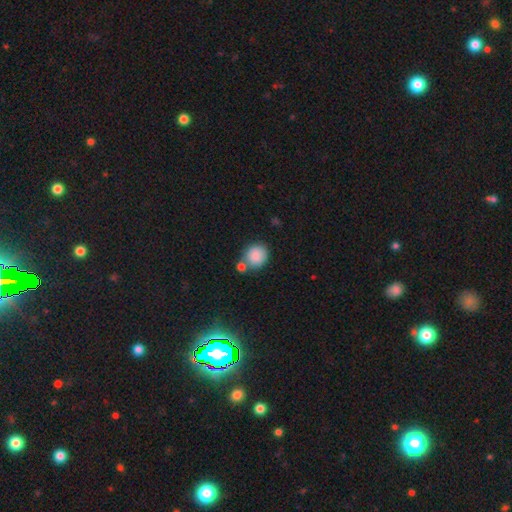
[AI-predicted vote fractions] A smooth galaxy with no disk features (86%) that is round (79%).

Vote fractions:
- Smooth or featured? smooth: 86% / star or artifact: 8% / featured or disk: 6%
- How rounded? round: 79% / in between: 20% / cigar-shaped: 1%
- Merging? none: 60% / merger: 24% / minor disturbance: 13% / major disturbance: 4%